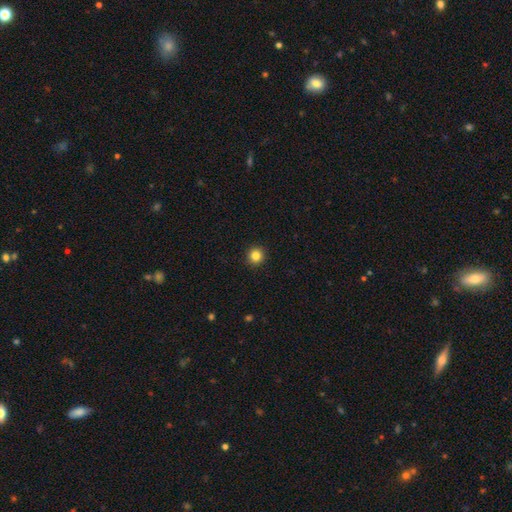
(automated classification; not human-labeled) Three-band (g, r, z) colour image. It shows a smooth galaxy with no disk features (84%) that is round (95%). Merging: none (93%).